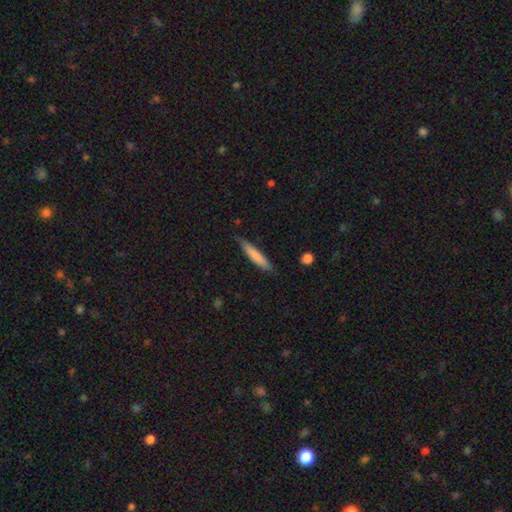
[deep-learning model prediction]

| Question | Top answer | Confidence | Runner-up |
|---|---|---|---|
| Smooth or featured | smooth | 76% | featured or disk (19%) |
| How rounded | cigar-shaped | 90% | in between (9%) |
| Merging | none | 79% | minor disturbance (17%) |